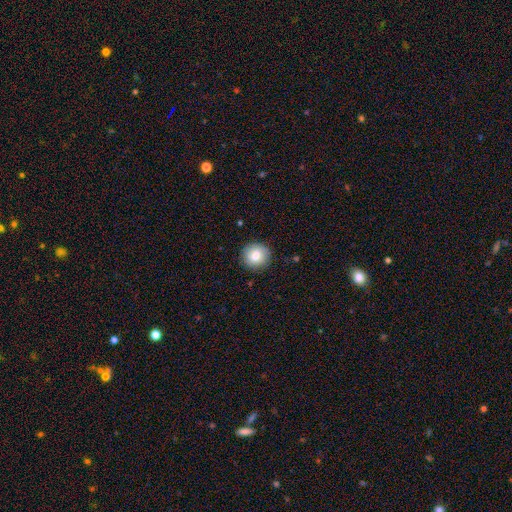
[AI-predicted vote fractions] This is clearly a smooth galaxy (81%). How rounded: clearly round (92%). Merging: clearly none (89%).